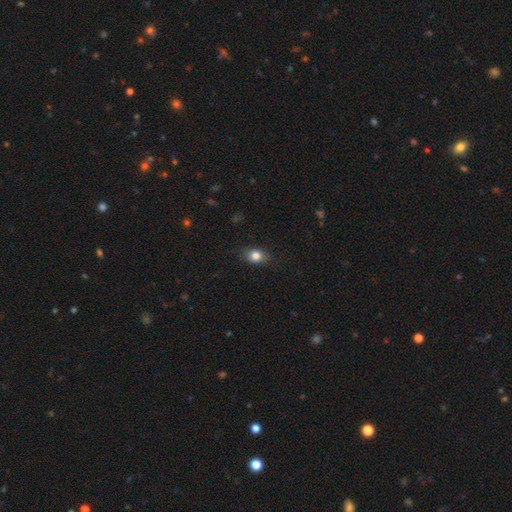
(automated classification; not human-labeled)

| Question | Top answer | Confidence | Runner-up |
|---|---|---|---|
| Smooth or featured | smooth | 82% | star or artifact (10%) |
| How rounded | in between | 65% | round (33%) |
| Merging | none | 82% | minor disturbance (14%) |